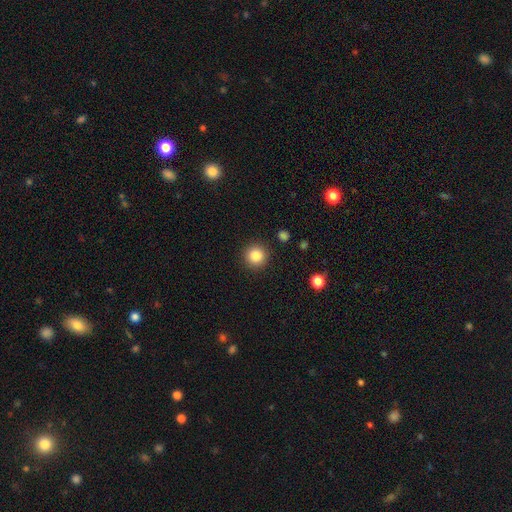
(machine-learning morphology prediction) The model was most divided on "smooth or featured": smooth: 84%, star or artifact: 10%, featured or disk: 5%. More confident: how rounded — round (95%); merging — none (91%).